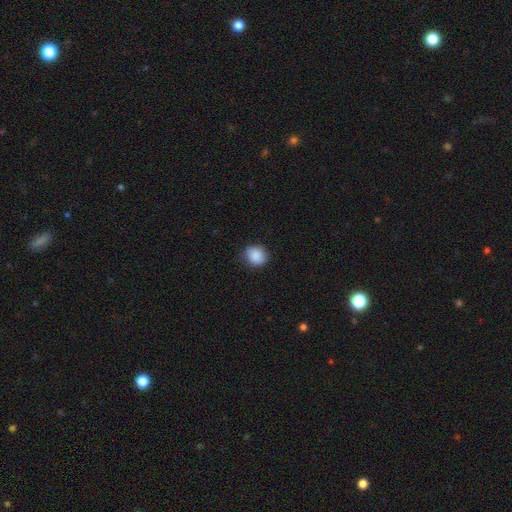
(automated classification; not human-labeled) This is clearly a smooth galaxy (88%). How rounded: clearly round (80%). Merging: clearly none (82%).